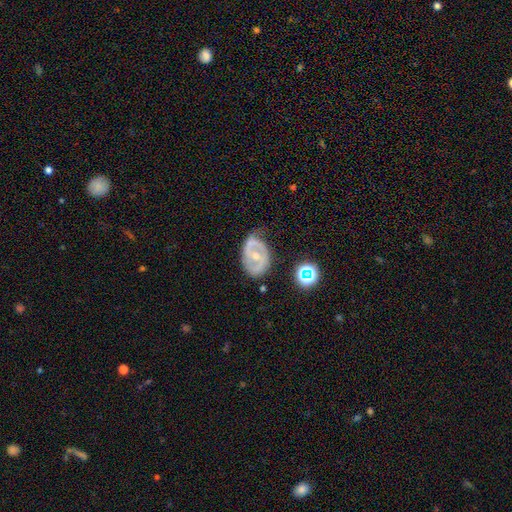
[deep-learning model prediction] Morphology: type=featured or disk (73%); edge-on=no (95%); bar=no (44%); spiral arms=yes (61%); bulge=small (50%); merging=none (62%).